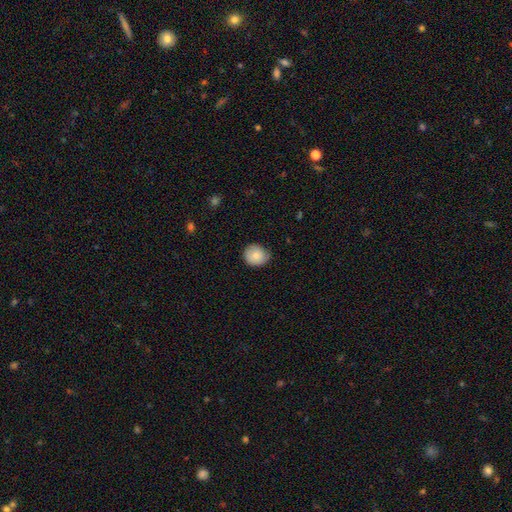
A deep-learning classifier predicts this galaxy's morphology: This is clearly a smooth galaxy (81%). How rounded: likely round (77%). Merging: likely none (70%).